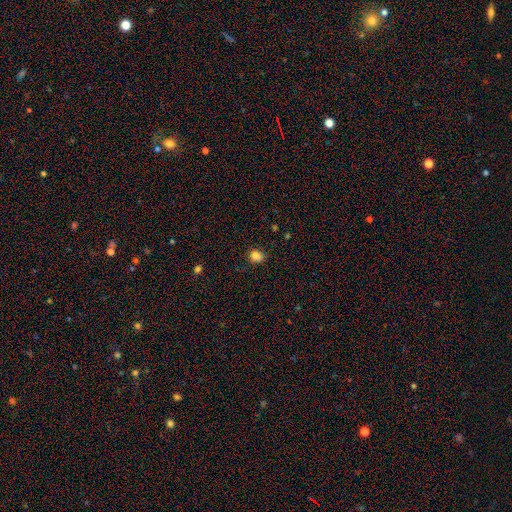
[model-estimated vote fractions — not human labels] Smooth or featured? smooth (83%)
How rounded? round (66%)
Merging? none (80%)